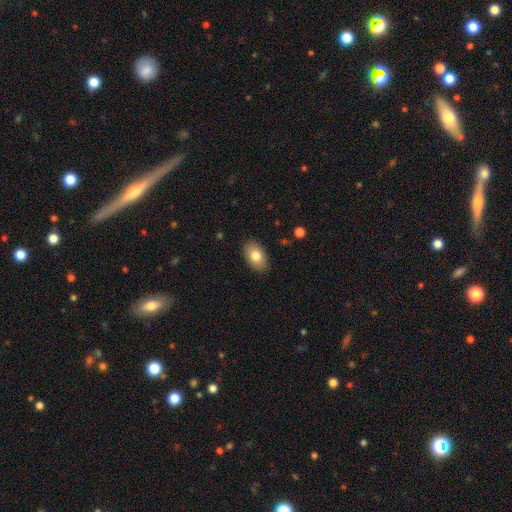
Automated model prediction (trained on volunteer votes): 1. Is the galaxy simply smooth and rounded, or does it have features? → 80% smooth, 12% featured or disk, 7% star or artifact.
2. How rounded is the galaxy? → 90% in between, 9% round, 1% cigar-shaped.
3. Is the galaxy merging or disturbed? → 88% none, 9% minor disturbance, 2% major disturbance, 1% merger.